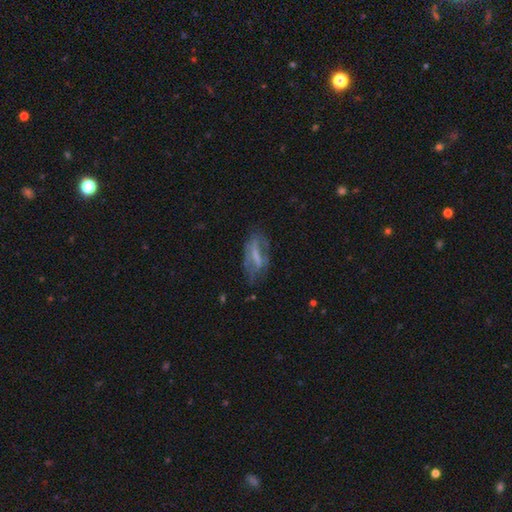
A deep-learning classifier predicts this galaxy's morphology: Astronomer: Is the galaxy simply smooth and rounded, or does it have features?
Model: featured or disk — 59%.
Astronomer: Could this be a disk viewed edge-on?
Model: no — 83%.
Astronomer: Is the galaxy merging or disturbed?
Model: none — 54%.